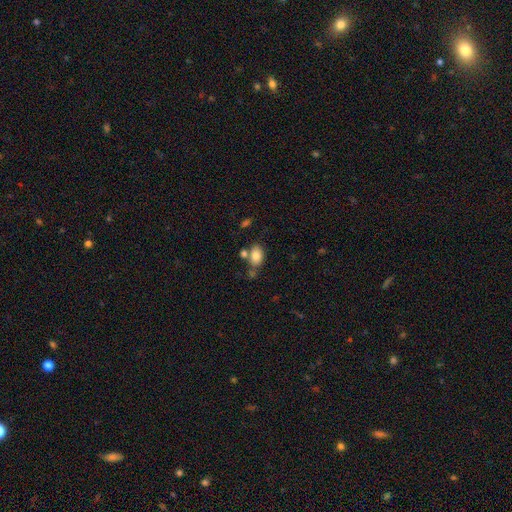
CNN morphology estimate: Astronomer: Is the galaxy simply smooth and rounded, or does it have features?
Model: smooth — 82%.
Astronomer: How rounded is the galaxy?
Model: in between — 81%.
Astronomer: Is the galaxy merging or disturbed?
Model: none — 60%.